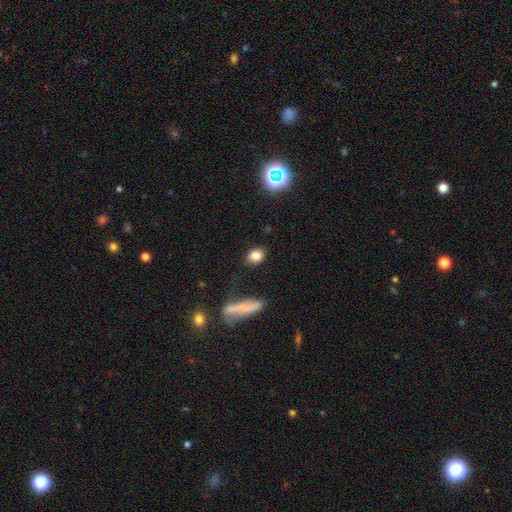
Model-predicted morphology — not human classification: Smooth or featured: smooth — 83% (star or artifact — 10%)
How rounded: in between — 56% (round — 41%)
Merging: none — 78% (minor disturbance — 14%)